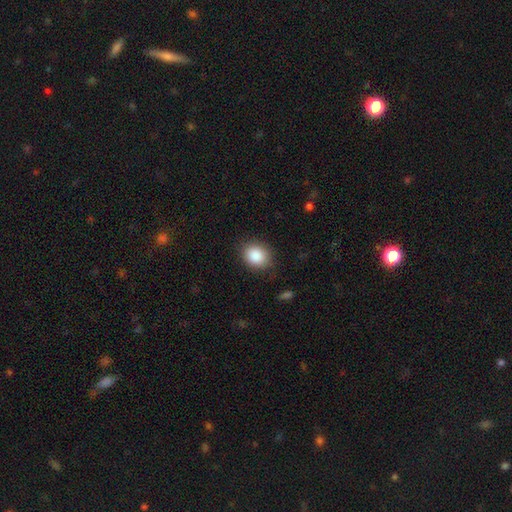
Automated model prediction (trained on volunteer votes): A smooth galaxy with no disk features (88%) that is round (57%).

Vote fractions:
- Smooth or featured? smooth: 88% / star or artifact: 8% / featured or disk: 4%
- How rounded? round: 57% / in between: 43% / cigar-shaped: 1%
- Merging? none: 85% / minor disturbance: 10% / major disturbance: 3% / merger: 1%